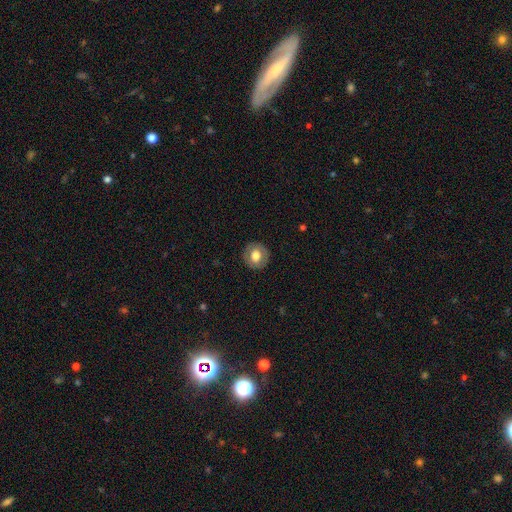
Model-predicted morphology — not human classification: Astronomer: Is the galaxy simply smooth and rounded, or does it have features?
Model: smooth — 65%.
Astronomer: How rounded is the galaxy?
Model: round — 87%.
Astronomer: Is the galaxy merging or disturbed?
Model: none — 87%.